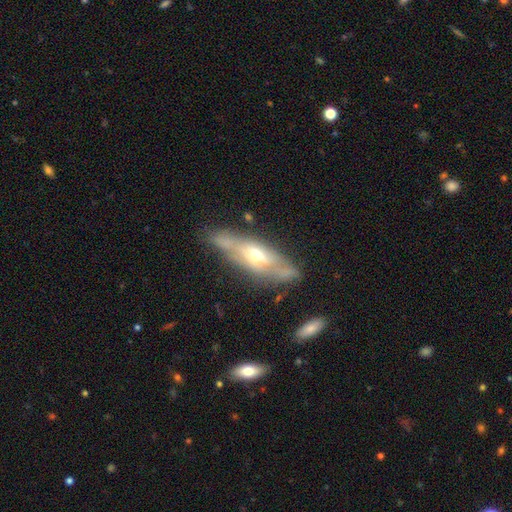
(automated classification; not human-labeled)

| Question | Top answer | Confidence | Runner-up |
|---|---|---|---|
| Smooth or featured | featured or disk | 68% | smooth (25%) |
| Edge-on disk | no | 53% | yes (47%) |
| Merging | none | 68% | minor disturbance (21%) |